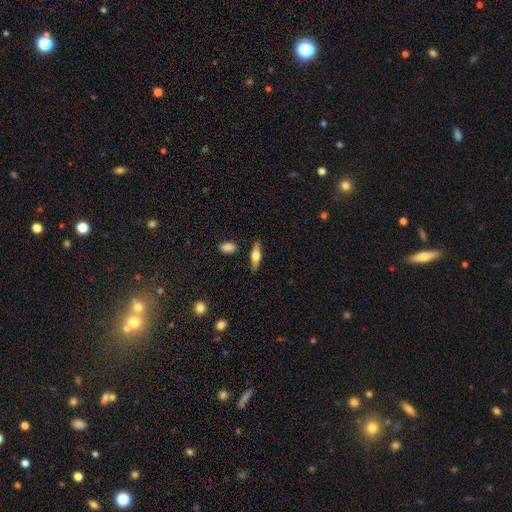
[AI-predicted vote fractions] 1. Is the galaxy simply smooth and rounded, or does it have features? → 57% featured or disk, 36% smooth, 7% star or artifact.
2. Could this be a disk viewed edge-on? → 94% yes, 6% no.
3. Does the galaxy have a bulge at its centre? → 90% rounded, 8% boxy, 2% none.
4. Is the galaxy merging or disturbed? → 84% none, 11% minor disturbance, 3% major disturbance, 2% merger.